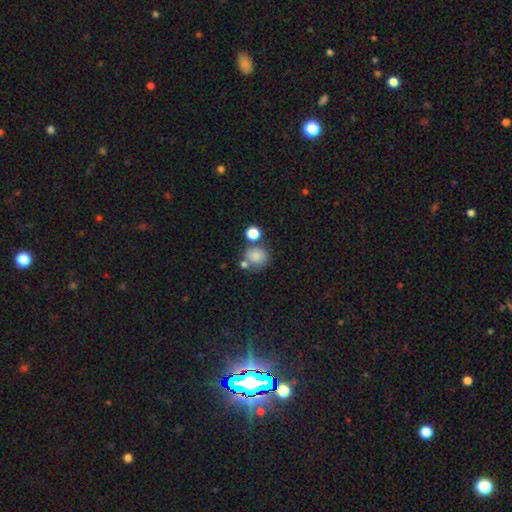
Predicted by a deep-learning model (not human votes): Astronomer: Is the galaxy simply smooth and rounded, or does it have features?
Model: smooth — 81%.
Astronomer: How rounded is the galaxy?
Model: round — 82%.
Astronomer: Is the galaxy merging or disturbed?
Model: none — 56%.